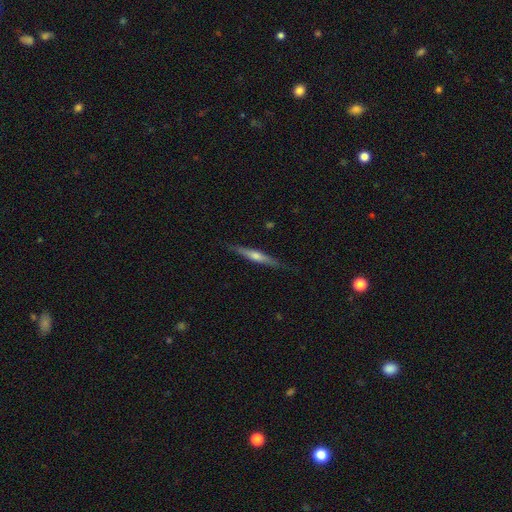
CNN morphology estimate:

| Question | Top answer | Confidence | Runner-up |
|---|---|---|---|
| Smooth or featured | featured or disk | 68% | smooth (27%) |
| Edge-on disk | yes | 97% | no (3%) |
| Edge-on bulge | rounded | 83% | none (11%) |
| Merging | none | 87% | minor disturbance (10%) |